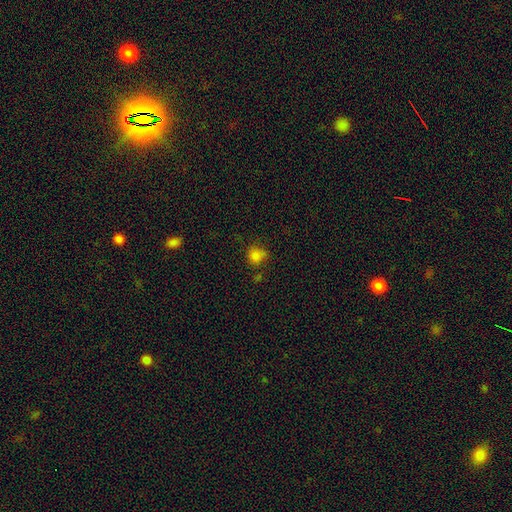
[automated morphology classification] smooth_or_featured: smooth (p=0.79) [alt: star or artifact p=0.16]
how_rounded: round (p=0.80) [alt: in between p=0.19]
merging: none (p=0.63) [alt: minor disturbance p=0.22]